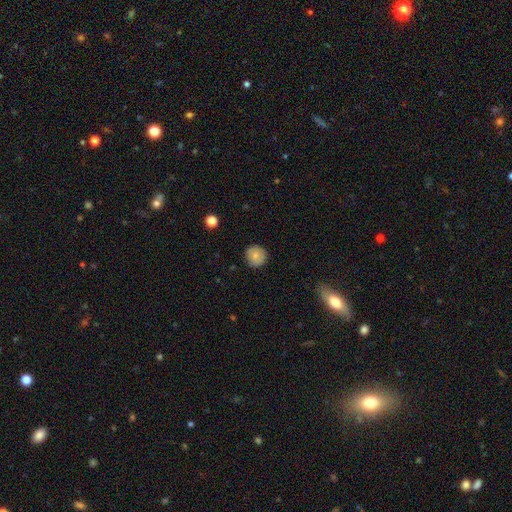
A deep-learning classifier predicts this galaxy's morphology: type=smooth (79%); roundness=round (93%); merging=none (88%).